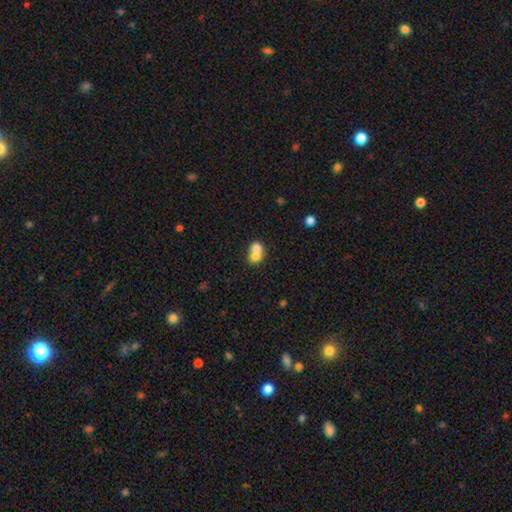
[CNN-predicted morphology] A smooth galaxy with no disk features (71%) that is round (66%).

Vote fractions:
- Smooth or featured? smooth: 71% / featured or disk: 20% / star or artifact: 9%
- How rounded? round: 66% / in between: 33% / cigar-shaped: 1%
- Merging? merger: 72% / none: 21% / minor disturbance: 5% / major disturbance: 2%